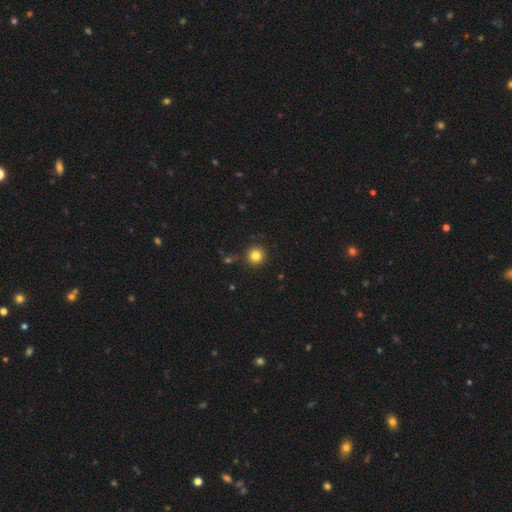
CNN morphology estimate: A smooth galaxy with no disk features (82%) that is round (95%).

Vote fractions:
- Smooth or featured? smooth: 82% / star or artifact: 12% / featured or disk: 5%
- How rounded? round: 95% / in between: 4% / cigar-shaped: 1%
- Merging? none: 89% / minor disturbance: 7% / merger: 3% / major disturbance: 2%